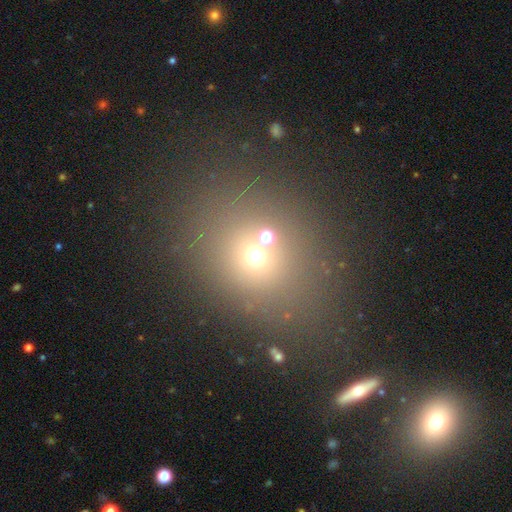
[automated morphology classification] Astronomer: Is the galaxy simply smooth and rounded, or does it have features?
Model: smooth — 58%.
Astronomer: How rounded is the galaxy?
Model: round — 66%.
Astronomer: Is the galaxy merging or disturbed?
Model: none — 62%.